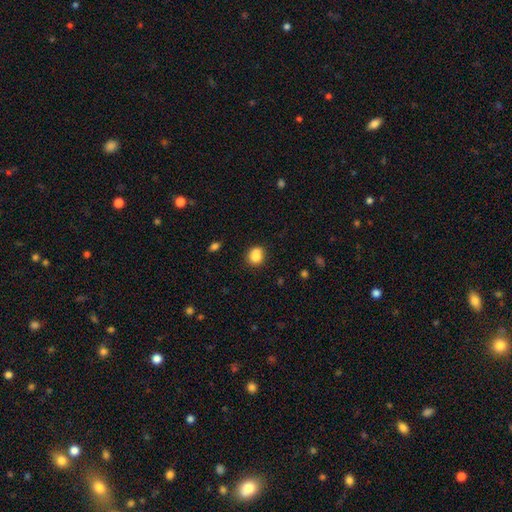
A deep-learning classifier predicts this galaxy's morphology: A smooth galaxy with no disk features (82%) that is round (72%). Merging: none (64%).